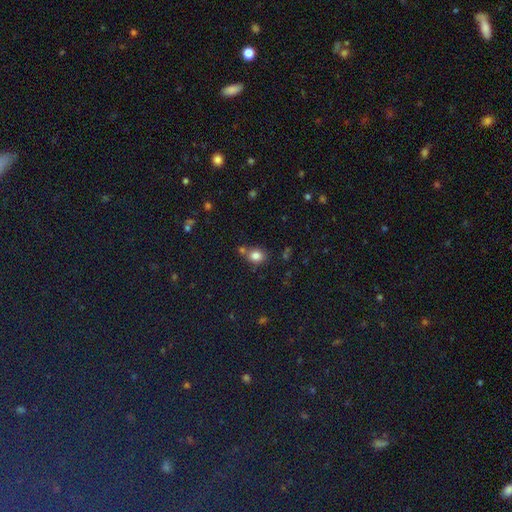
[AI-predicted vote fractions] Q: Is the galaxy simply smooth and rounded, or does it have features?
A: smooth — 81%.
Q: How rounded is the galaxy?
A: round — 64%.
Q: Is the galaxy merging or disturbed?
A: none — 64%.